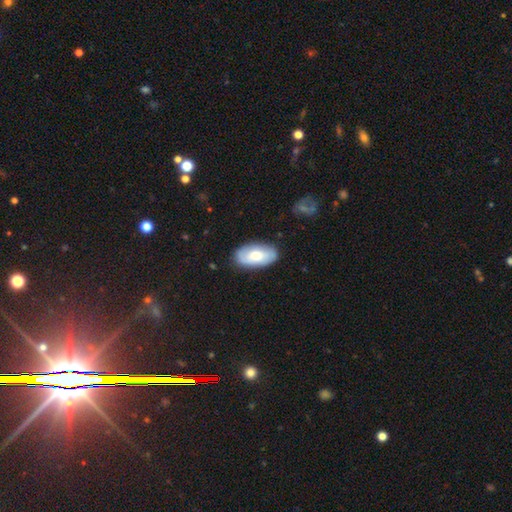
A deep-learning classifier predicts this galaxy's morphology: Overall: smooth (64%; featured or disk 30%). How rounded: in between (94%). Merging: none (82%).